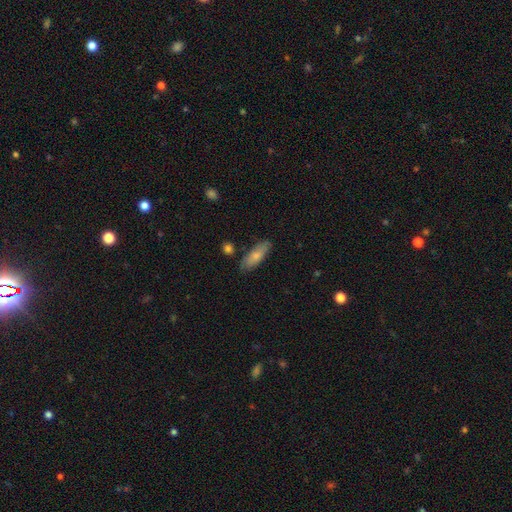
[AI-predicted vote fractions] Morphology: type=smooth (77%); roundness=in between (63%); merging=none (79%).